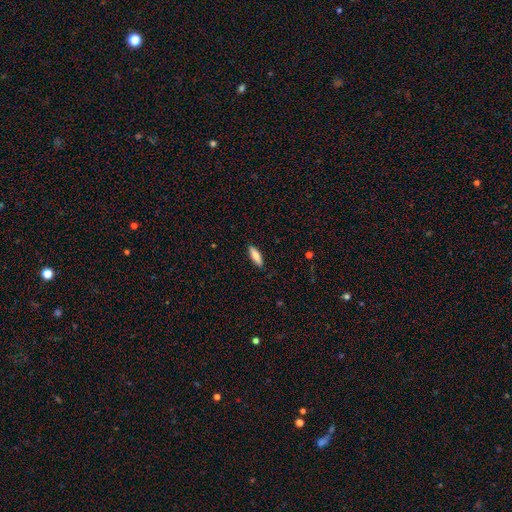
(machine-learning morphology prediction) Smooth or featured?
  - smooth: 79% *
  - featured or disk: 15%
  - star or artifact: 6%
How rounded?
  - cigar-shaped: 49% * (tied)
  - in between: 49% * (tied)
  - round: 2%
Merging?
  - none: 88% *
  - minor disturbance: 9%
  - major disturbance: 2%
  - merger: 1%